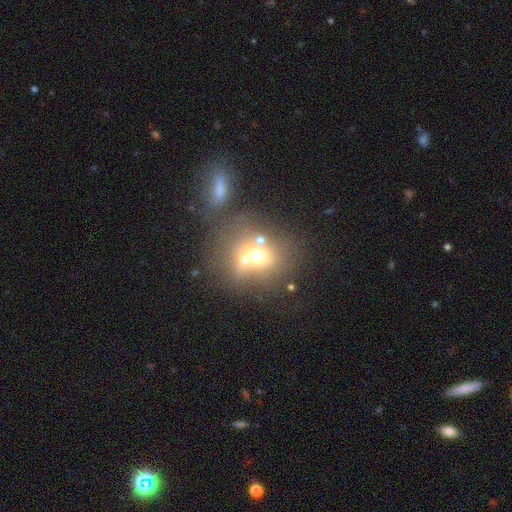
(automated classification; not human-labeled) Overall: smooth (57%; featured or disk 26%). How rounded: round (66%; in between 32%). Merging: merger (54%; none 29%).